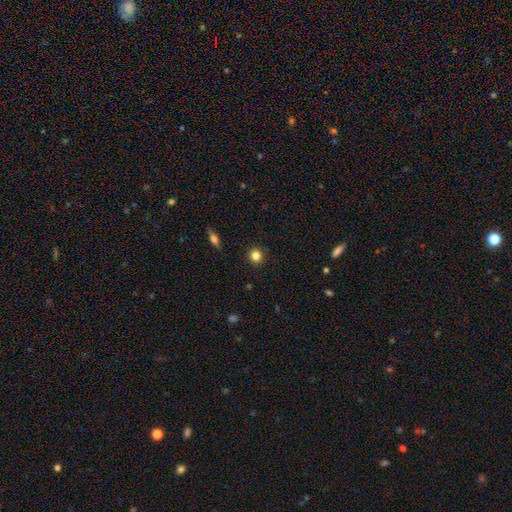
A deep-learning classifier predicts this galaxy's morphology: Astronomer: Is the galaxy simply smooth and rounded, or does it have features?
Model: smooth — 83%.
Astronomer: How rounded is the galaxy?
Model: round — 92%.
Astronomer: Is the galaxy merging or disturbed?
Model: none — 91%.